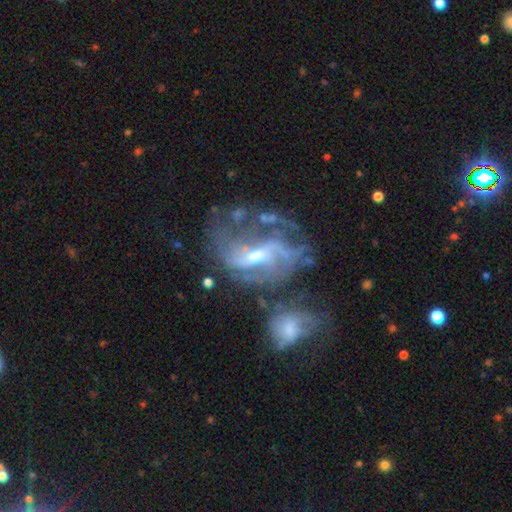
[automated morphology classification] A featured or disk galaxy (83%) with a weak bar (47%), 2 (37%) medium (43%) spiral arms (84%) and a moderate central bulge (46%).

Vote fractions:
- Smooth or featured? featured or disk: 83% / smooth: 9% / star or artifact: 8%
- Edge-on disk? no: 97% / yes: 3%
- Bar? weak: 47% / no: 27% / strong: 26%
- Spiral arms? yes: 84% / no: 16%
- Spiral winding? medium: 43% / loose: 32% / tight: 25%
- Spiral arm count? 2: 37% / can't tell: 30% / 3: 17% / 1: 7% / 4: 6% / more than 4: 4%
- Bulge size? moderate: 46% / small: 45% / none: 5% / large: 4% / dominant: 1%
- Merging? none: 31% / major disturbance: 27% / merger: 27% / minor disturbance: 15%